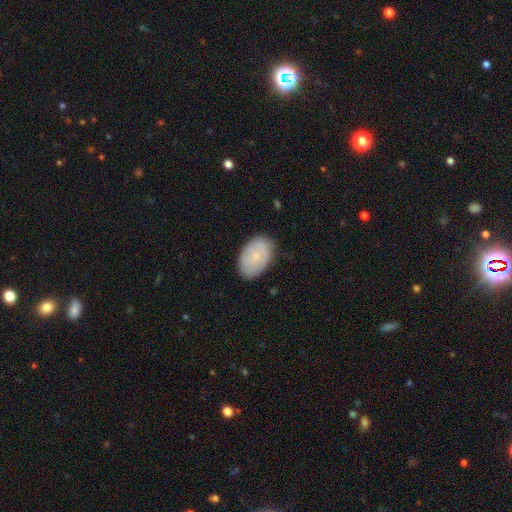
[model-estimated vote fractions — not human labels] A smooth galaxy with no disk features (69%) that is in between round and cigar-shaped (89%).

Vote fractions:
- Smooth or featured? smooth: 69% / featured or disk: 24% / star or artifact: 6%
- How rounded? in between: 89% / round: 10% / cigar-shaped: 1%
- Merging? none: 83% / minor disturbance: 14% / major disturbance: 3% / merger: 1%